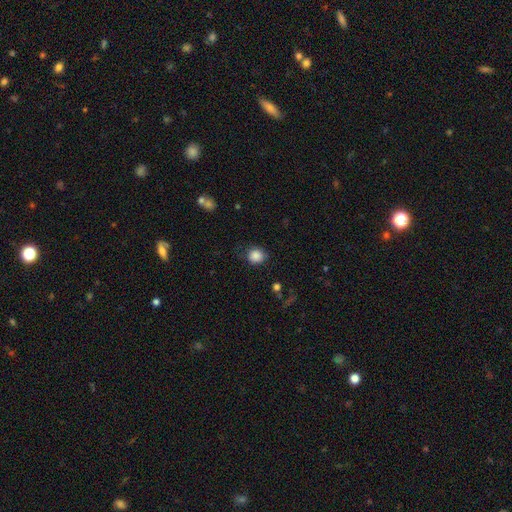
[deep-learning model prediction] A smooth galaxy with no disk features (87%) that is round (81%).

Vote fractions:
- Smooth or featured? smooth: 87% / star or artifact: 9% / featured or disk: 4%
- How rounded? round: 81% / in between: 18% / cigar-shaped: 1%
- Merging? none: 76% / minor disturbance: 17% / major disturbance: 5% / merger: 2%